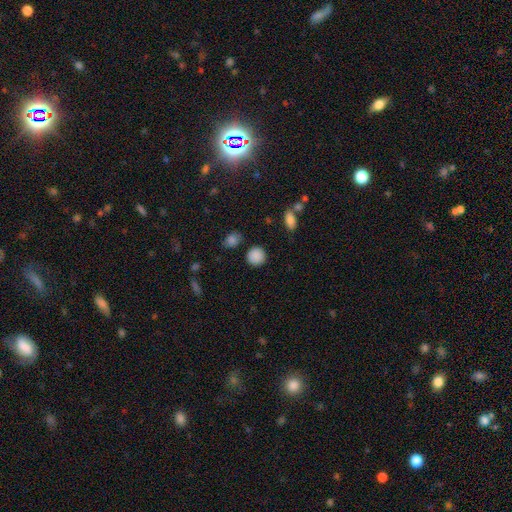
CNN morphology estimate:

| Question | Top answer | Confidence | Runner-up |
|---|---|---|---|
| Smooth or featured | smooth | 86% | star or artifact (10%) |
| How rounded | round | 90% | in between (9%) |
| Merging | none | 86% | minor disturbance (8%) |